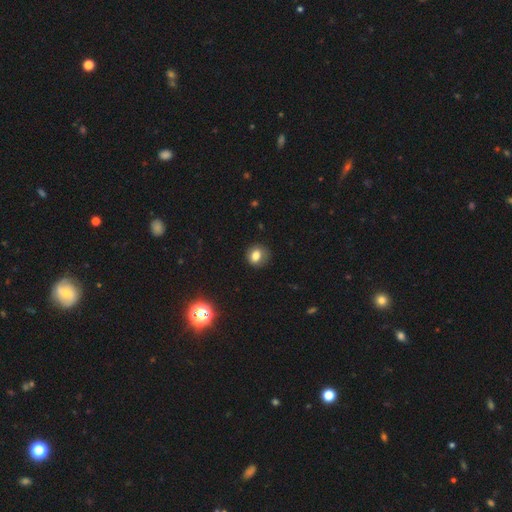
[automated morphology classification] smooth 76%, star or artifact 12%, featured or disk 12%. Down the decision tree: how rounded — round (70%); merging — none (81%).